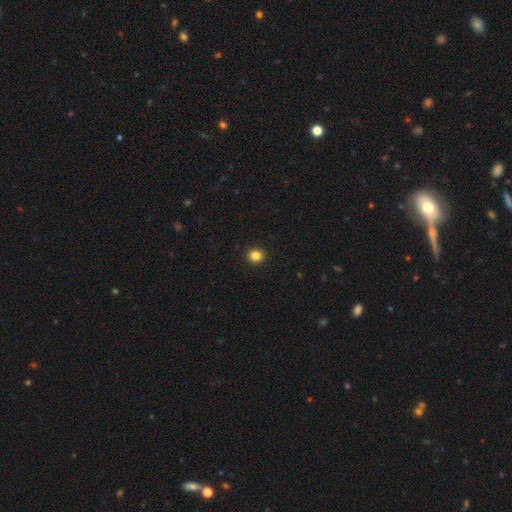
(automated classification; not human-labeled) Q: Smooth or featured?
A: smooth (84%); runner-up: star or artifact (11%)
Q: How rounded?
A: round (82%); runner-up: in between (17%)
Q: Merging?
A: none (93%); runner-up: minor disturbance (5%)